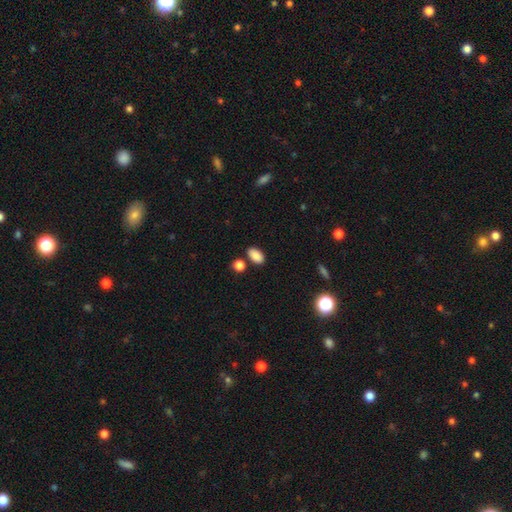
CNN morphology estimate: smooth 87%, star or artifact 8%, featured or disk 5%. Down the decision tree: how rounded — in between (92%); merging — none (78%).